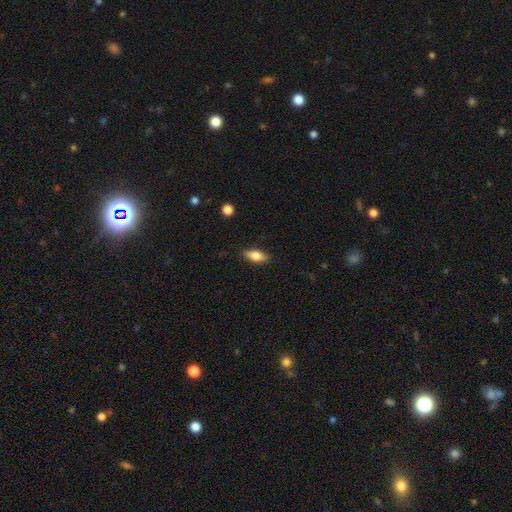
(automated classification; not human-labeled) Overall: smooth (74%). How rounded: in between (80%). Merging: none (85%).